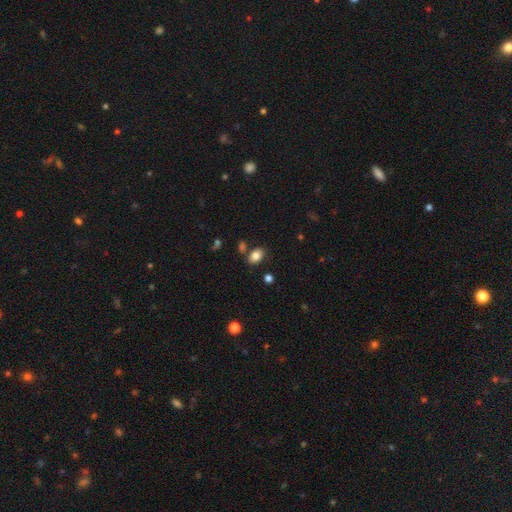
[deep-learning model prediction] Smooth or featured?
  - smooth: 83% *
  - star or artifact: 10%
  - featured or disk: 8%
How rounded?
  - in between: 80% *
  - round: 19%
  - cigar-shaped: 1%
Merging?
  - none: 76% *
  - minor disturbance: 12%
  - merger: 9%
  - major disturbance: 3%